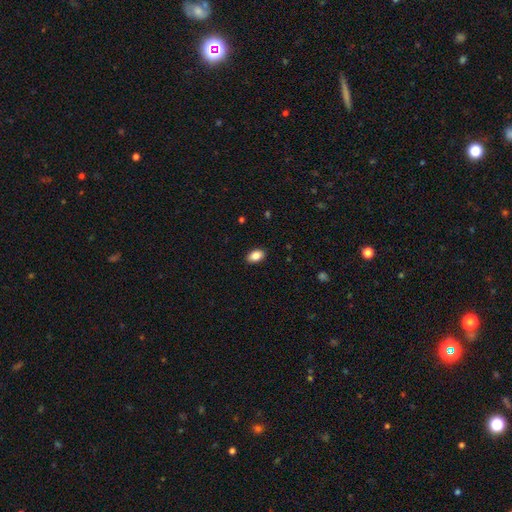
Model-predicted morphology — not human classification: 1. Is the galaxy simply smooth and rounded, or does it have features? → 87% smooth, 8% star or artifact, 5% featured or disk.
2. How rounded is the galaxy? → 90% in between, 9% round, 1% cigar-shaped.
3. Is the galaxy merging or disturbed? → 89% none, 8% minor disturbance, 2% major disturbance, 1% merger.